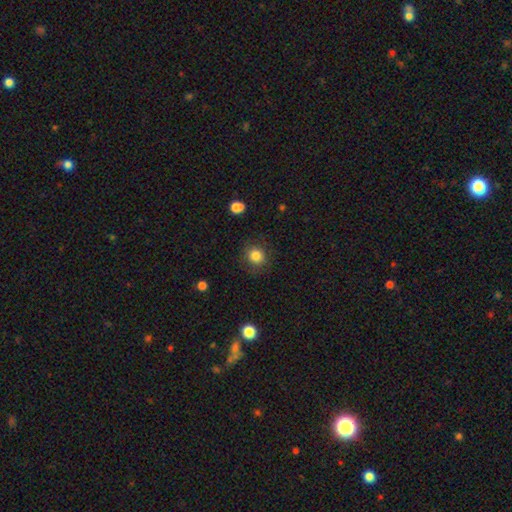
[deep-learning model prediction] A smooth galaxy with no disk features (84%) that is round (85%). Merging: none (84%).